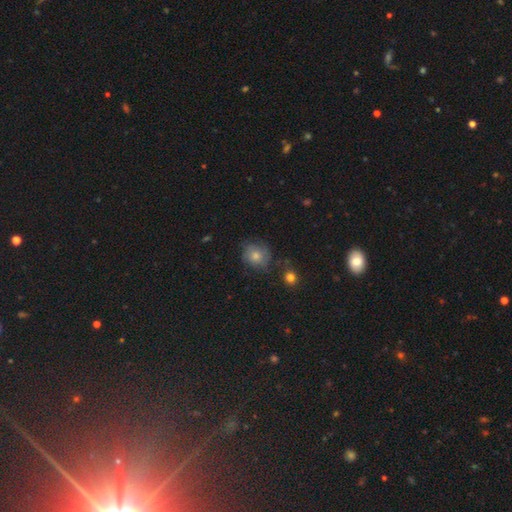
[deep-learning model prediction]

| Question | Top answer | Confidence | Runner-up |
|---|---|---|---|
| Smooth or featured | smooth | 66% | featured or disk (24%) |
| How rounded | round | 82% | in between (17%) |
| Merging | none | 68% | minor disturbance (21%) |